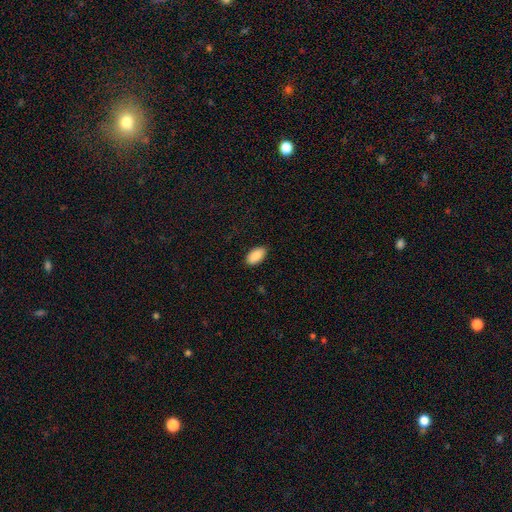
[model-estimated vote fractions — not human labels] Smooth or featured: smooth — 89% (star or artifact — 6%)
How rounded: in between — 95% (round — 3%)
Merging: none — 88% (minor disturbance — 9%)